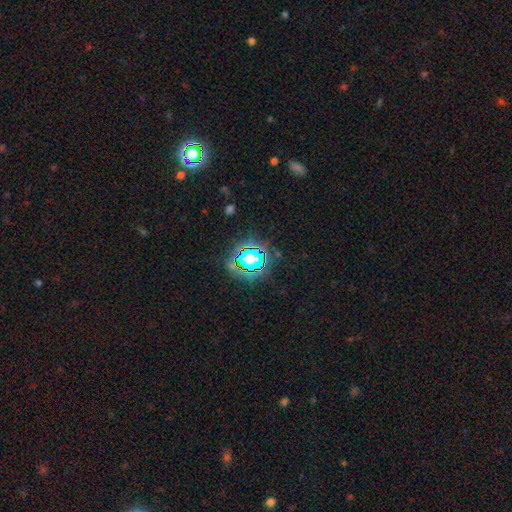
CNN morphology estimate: Smooth or featured?
  - star or artifact: 60% *
  - smooth: 27%
  - featured or disk: 13%